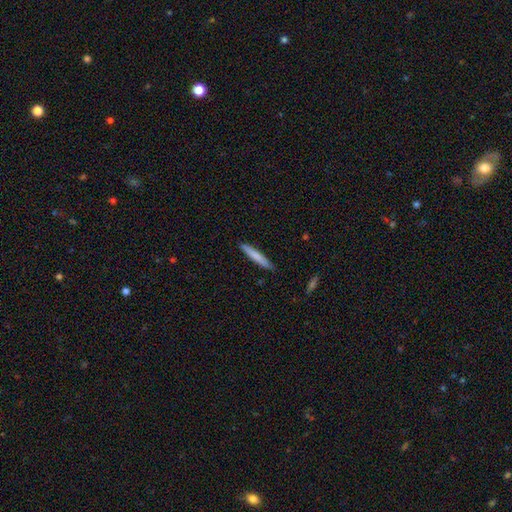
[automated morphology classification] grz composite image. It shows a smooth galaxy with no disk features (75%) that is cigar-shaped (95%). Merging: none (89%).